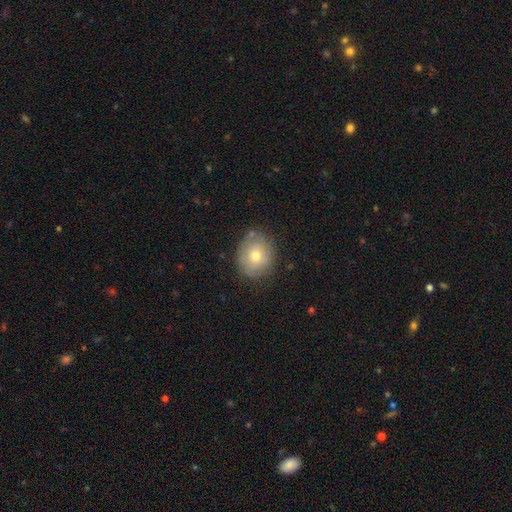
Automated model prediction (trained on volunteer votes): smooth 65%, featured or disk 26%, star or artifact 9%. Down the decision tree: how rounded — round (64%); merging — none (76%).